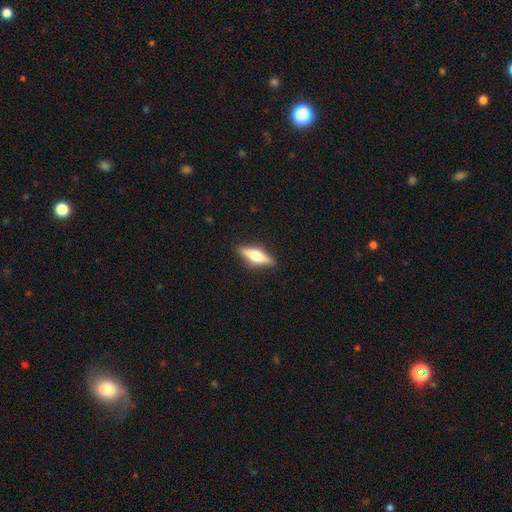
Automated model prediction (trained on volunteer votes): smooth_or_featured: featured or disk (p=0.56) [alt: smooth p=0.38]
disk_edge_on: yes (p=0.93) [alt: no p=0.07]
edge_on_bulge: rounded (p=0.95) [alt: boxy p=0.03]
merging: none (p=0.90) [alt: minor disturbance p=0.08]